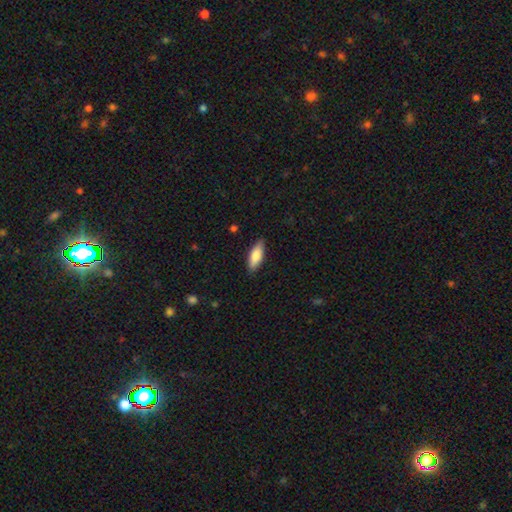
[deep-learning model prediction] This appears to be a smooth galaxy with no disk features (79%) that is in between round and cigar-shaped (64%). Merging: none (87%).